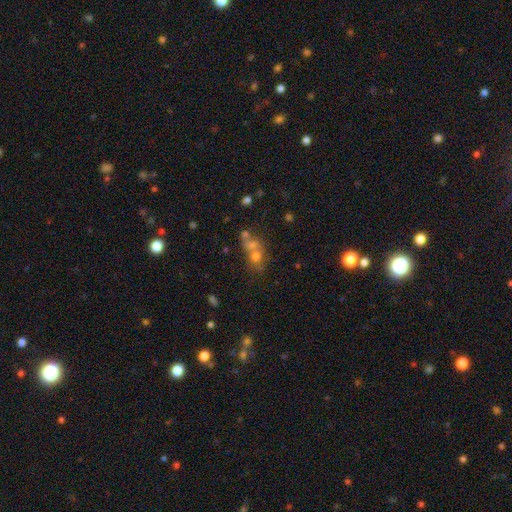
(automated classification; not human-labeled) Morphology: type=smooth (55%); roundness=round (58%); merging=merger (52%).